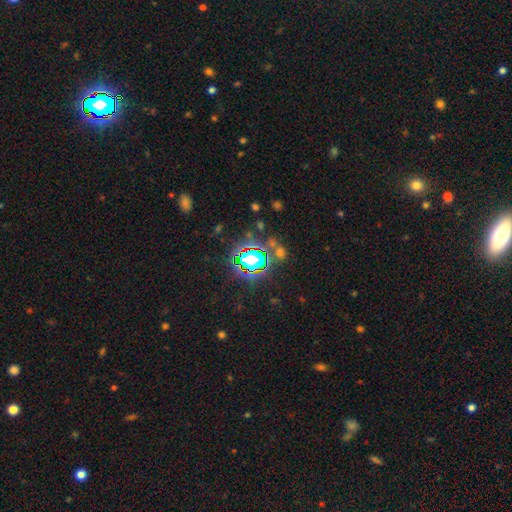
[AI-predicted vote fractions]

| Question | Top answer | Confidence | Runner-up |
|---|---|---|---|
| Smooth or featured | star or artifact | 58% | smooth (29%) |